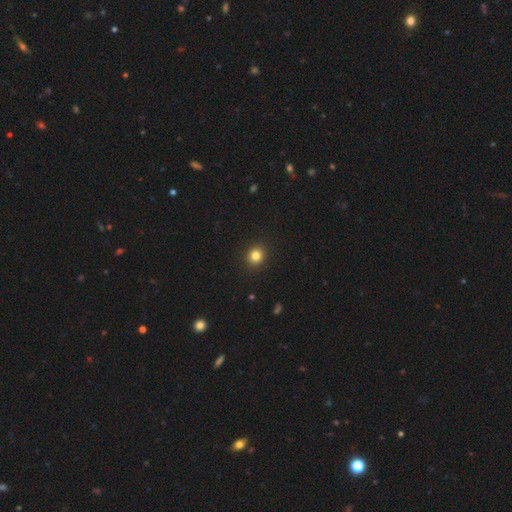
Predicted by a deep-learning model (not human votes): smooth-or-featured: smooth: 82% | star or artifact: 12% | featured or disk: 5%
  how-rounded: round: 86% | in between: 13% | cigar-shaped: 1%
  merging: none: 92% | minor disturbance: 5% | major disturbance: 2% | merger: 1%